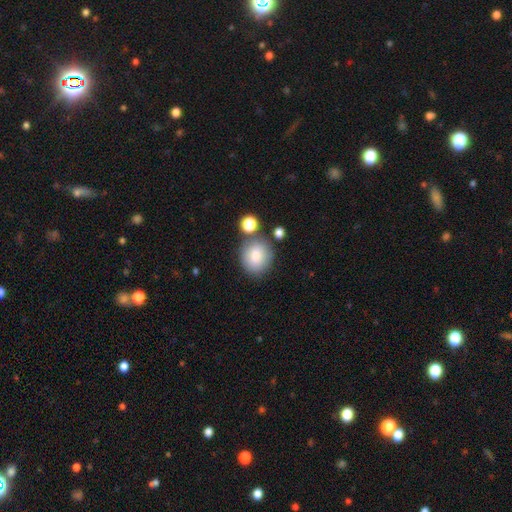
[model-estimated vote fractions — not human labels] Smooth or featured? Predicted: smooth (p=0.80). How rounded? Predicted: round (p=0.82). Merging? Predicted: none (p=0.71).